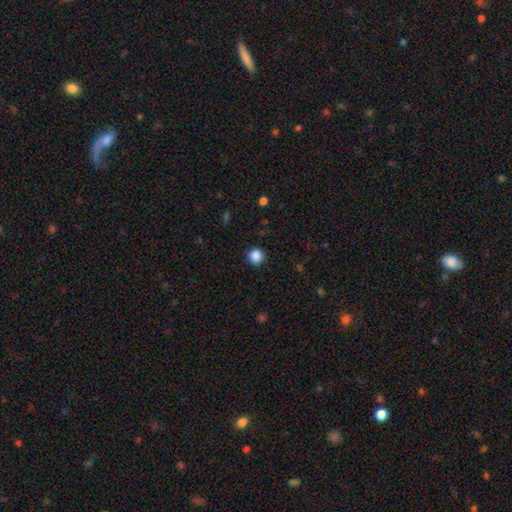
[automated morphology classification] Overall: smooth (87%). How rounded: round (94%). Merging: none (91%).